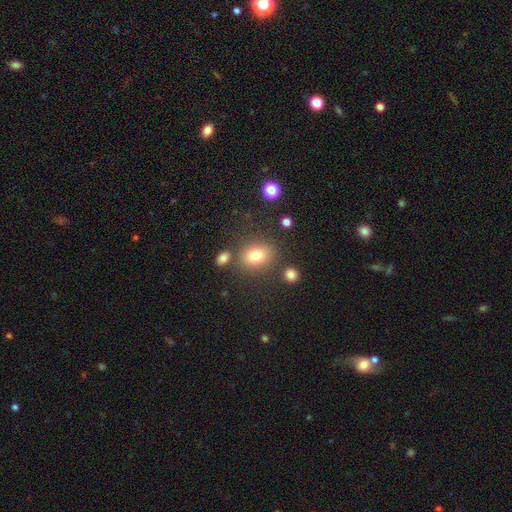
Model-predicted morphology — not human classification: The model was most divided on "how rounded": round: 52%, in between: 46%, cigar-shaped: 1%. More confident: smooth or featured — smooth (78%); merging — none (75%).